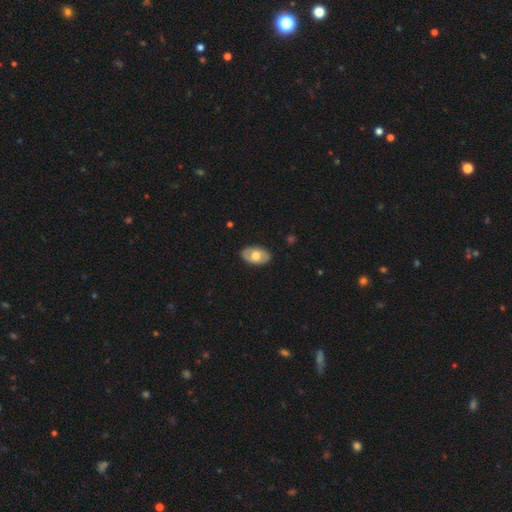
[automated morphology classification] smooth_or_featured: smooth (p=0.52) [alt: featured or disk p=0.42]
how_rounded: in between (p=0.91) [alt: round p=0.08]
merging: none (p=0.85) [alt: minor disturbance p=0.11]